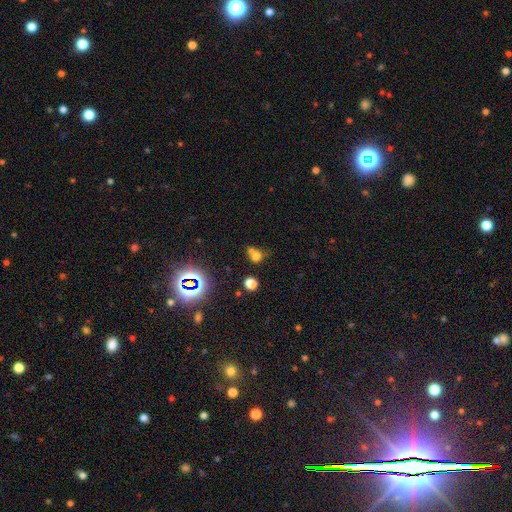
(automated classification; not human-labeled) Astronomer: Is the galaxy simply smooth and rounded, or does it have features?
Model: smooth — 63%.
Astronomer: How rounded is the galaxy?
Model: round — 74%.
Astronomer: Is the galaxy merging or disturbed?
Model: merger — 44% (runner-up: none, 42%).